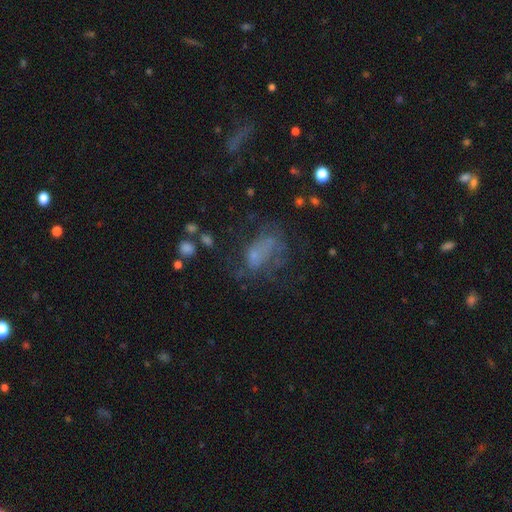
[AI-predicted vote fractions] Smooth or featured? featured or disk (39%)
Merging? none (47%)